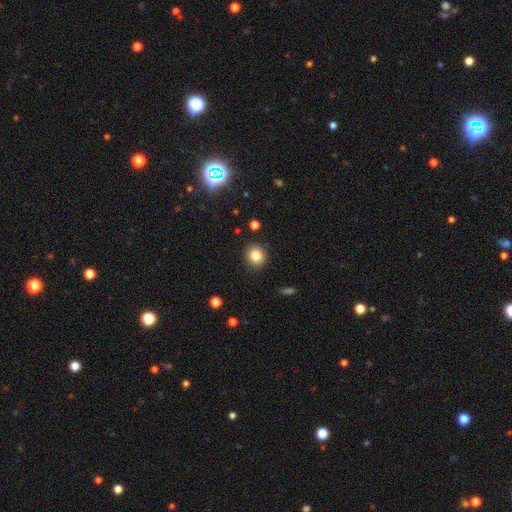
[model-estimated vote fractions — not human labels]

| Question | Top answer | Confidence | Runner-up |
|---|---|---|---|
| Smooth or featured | smooth | 84% | star or artifact (11%) |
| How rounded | round | 81% | in between (18%) |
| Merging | none | 90% | minor disturbance (7%) |